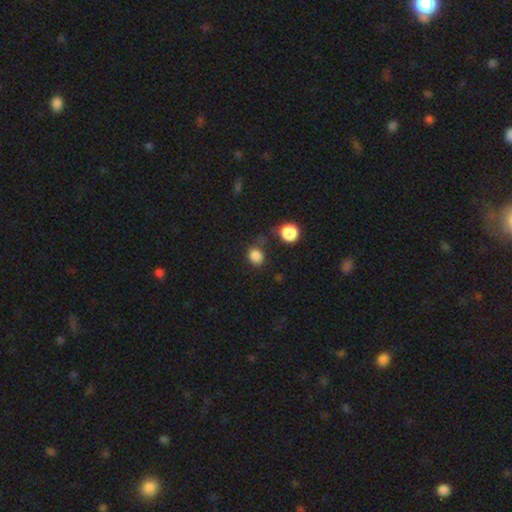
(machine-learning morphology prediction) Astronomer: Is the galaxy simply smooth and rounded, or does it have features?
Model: smooth — 84%.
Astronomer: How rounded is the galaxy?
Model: round — 74%.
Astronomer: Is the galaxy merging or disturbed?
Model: none — 70%.